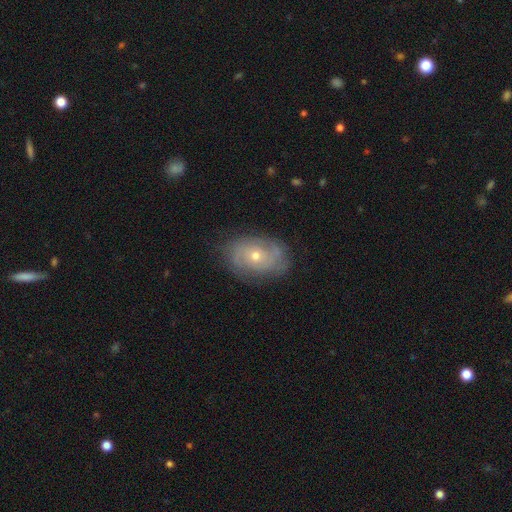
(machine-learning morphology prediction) featured or disk 63%, smooth 29%, star or artifact 8%. Down the decision tree: edge-on disk — no (94%); bar — no (82%); spiral arms — yes (71%); bulge size — small (52%); merging — none (73%).